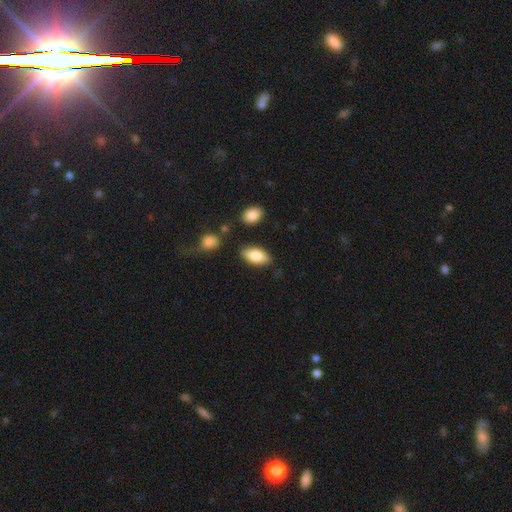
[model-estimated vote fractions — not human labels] smooth_or_featured: smooth (p=0.82) [alt: featured or disk p=0.11]
how_rounded: in between (p=0.91) [alt: cigar-shaped p=0.06]
merging: none (p=0.81) [alt: minor disturbance p=0.12]